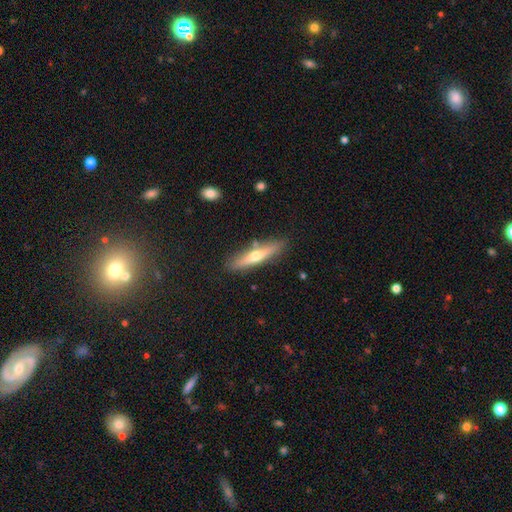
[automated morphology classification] Overall: featured or disk (50%; smooth 44%). Merging: none (84%).